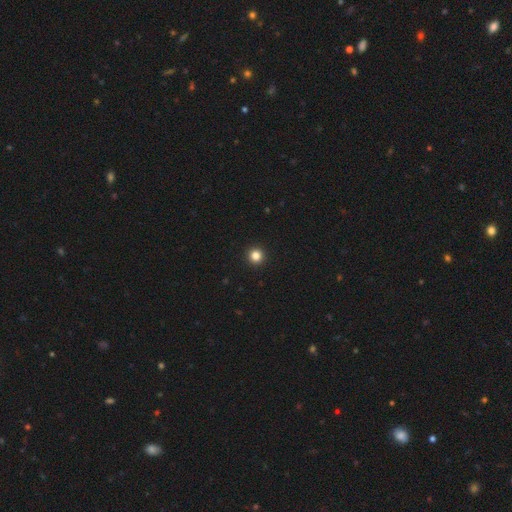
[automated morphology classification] smooth 83%, star or artifact 13%, featured or disk 4%. Down the decision tree: how rounded — round (96%); merging — none (95%).